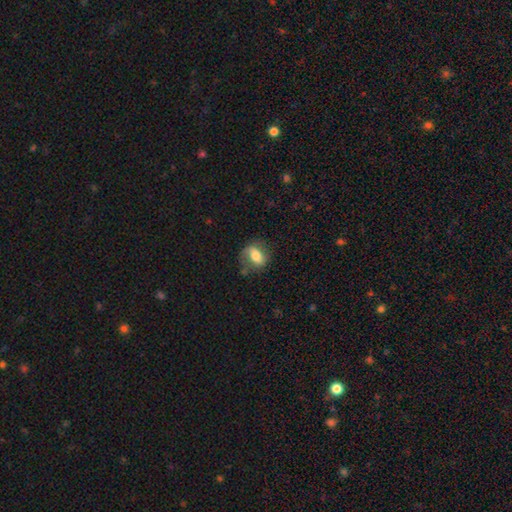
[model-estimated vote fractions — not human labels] This appears to be a smooth galaxy with no disk features (65%) that is in between round and cigar-shaped (72%). Merging: none (59%).